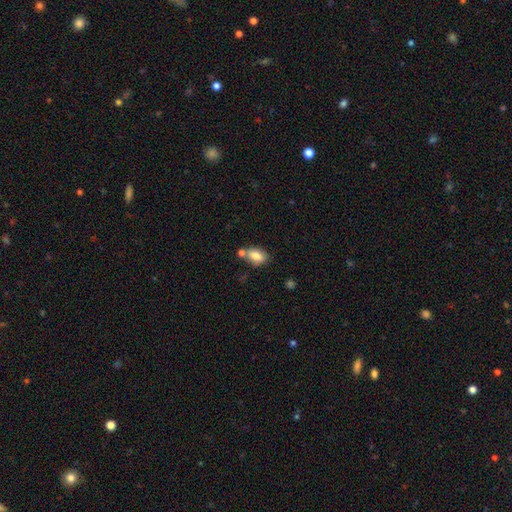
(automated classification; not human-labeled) Smooth or featured? smooth (79%)
How rounded? in between (86%)
Merging? none (55%)